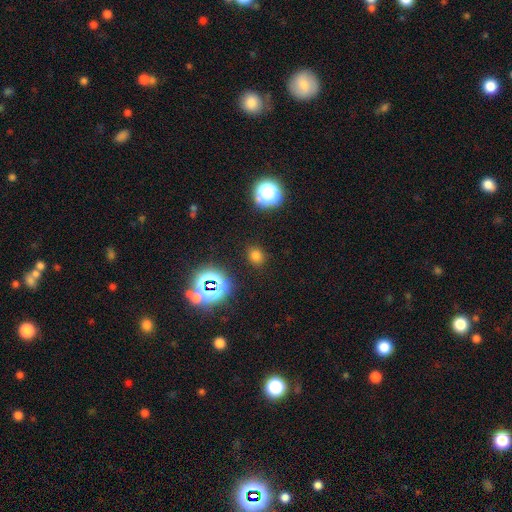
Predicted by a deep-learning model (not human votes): A smooth galaxy with no disk features (70%) that is round (72%). Merging: none (87%).